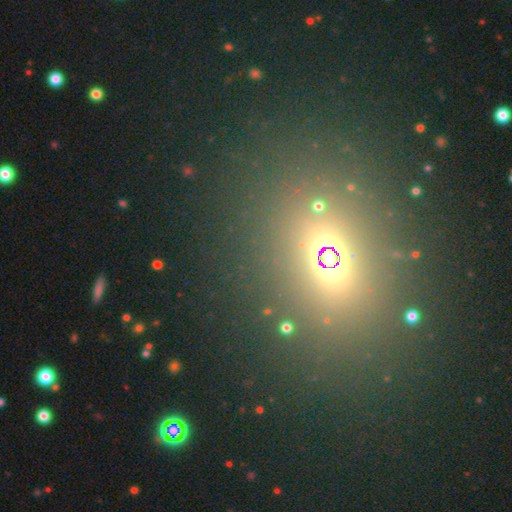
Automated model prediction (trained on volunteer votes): A star or artifact, not a galaxy (50%).